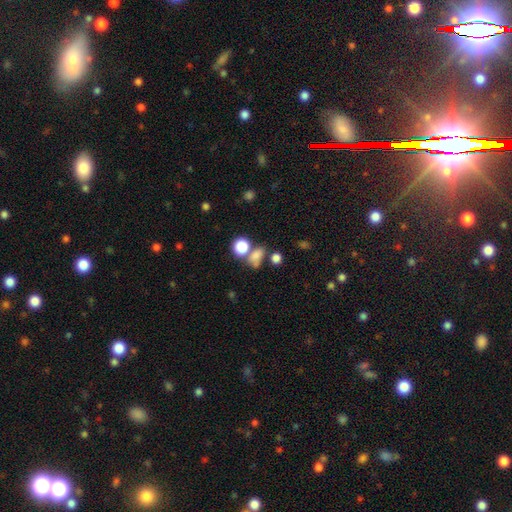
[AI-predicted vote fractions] smooth_or_featured: smooth (p=0.73) [alt: star or artifact p=0.17]
how_rounded: in between (p=0.55) [alt: round p=0.42]
merging: none (p=0.43) [alt: merger p=0.34]